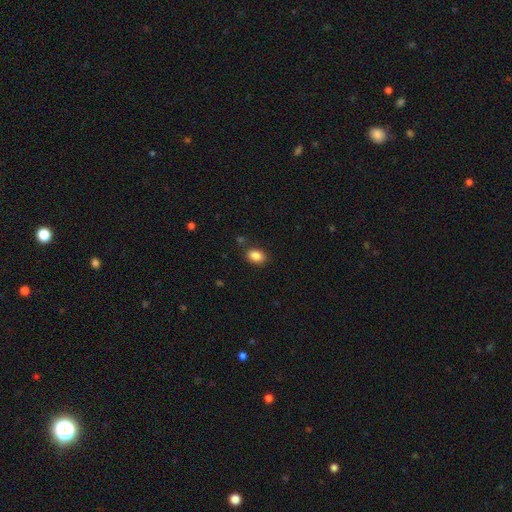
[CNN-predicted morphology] This appears to be a smooth galaxy with no disk features (87%) that is in between round and cigar-shaped (80%). Merging: none (83%).